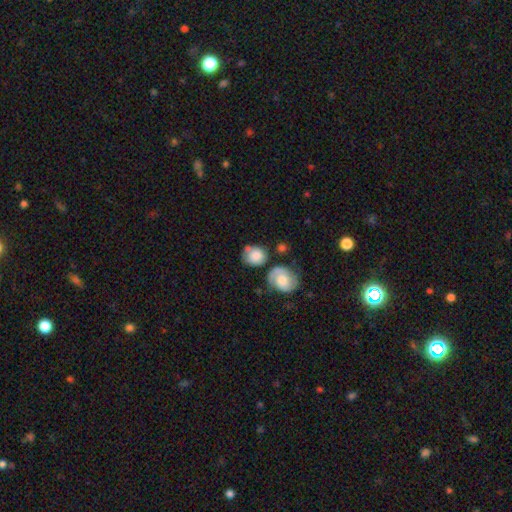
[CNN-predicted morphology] Q: Smooth or featured?
A: smooth (77%); runner-up: featured or disk (17%)
Q: How rounded?
A: round (68%); runner-up: in between (30%)
Q: Merging?
A: none (49%); runner-up: minor disturbance (24%)